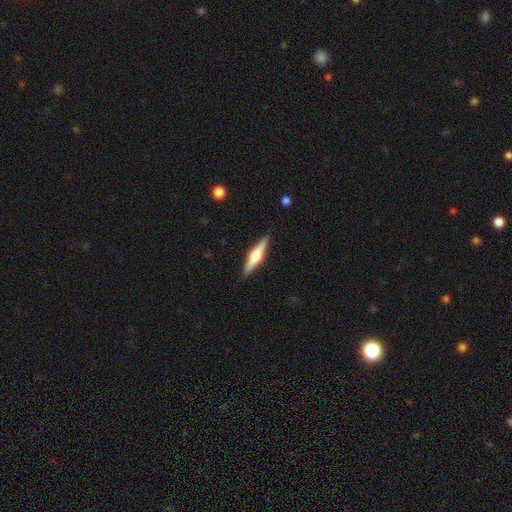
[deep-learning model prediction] A featured or disk galaxy (57%) viewed edge-on (97%) with a rounded central bulge (86%).

Vote fractions:
- Smooth or featured? featured or disk: 57% / smooth: 38% / star or artifact: 5%
- Edge-on disk? yes: 97% / no: 3%
- Edge-on bulge? rounded: 86% / boxy: 9% / none: 5%
- Merging? none: 90% / minor disturbance: 7% / major disturbance: 2% / merger: 1%